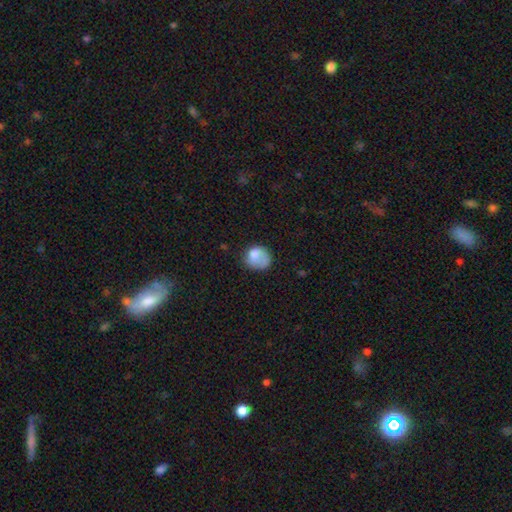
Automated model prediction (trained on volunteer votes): The model was most divided on "merging": none: 45%, minor disturbance: 29%, major disturbance: 22%, merger: 4%. More confident: smooth or featured — smooth (76%); how rounded — round (66%).